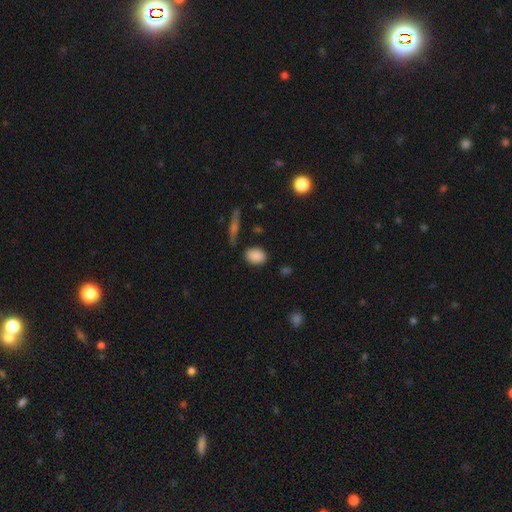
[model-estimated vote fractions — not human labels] Smooth or featured? Predicted: smooth (p=0.87). How rounded? Predicted: in between (p=0.67). Merging? Predicted: none (p=0.80).